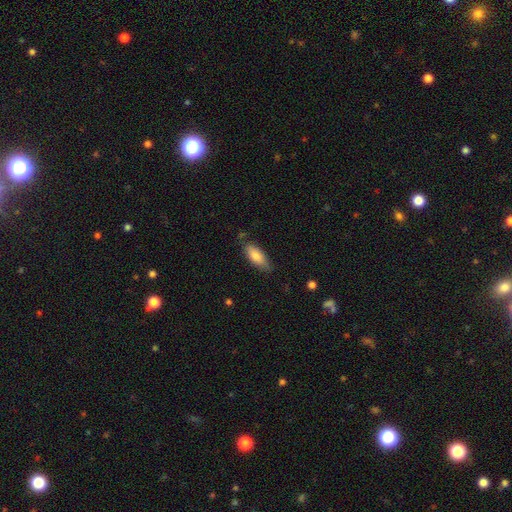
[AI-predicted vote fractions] Smooth or featured? Predicted: smooth (p=0.82). How rounded? Predicted: in between (p=0.76). Merging? Predicted: none (p=0.74).